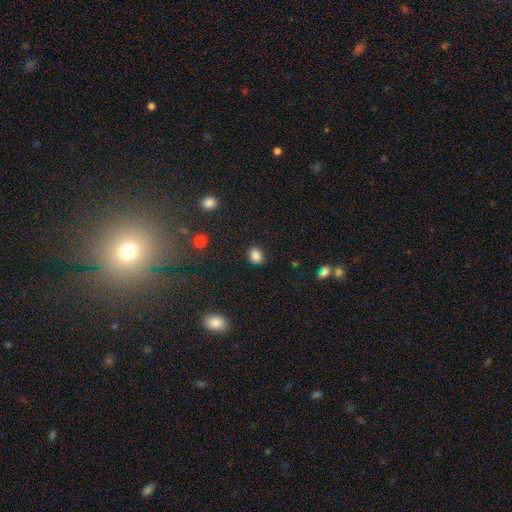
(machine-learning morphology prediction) A smooth galaxy with no disk features (85%) that is in between round and cigar-shaped (56%). Merging: none (85%).